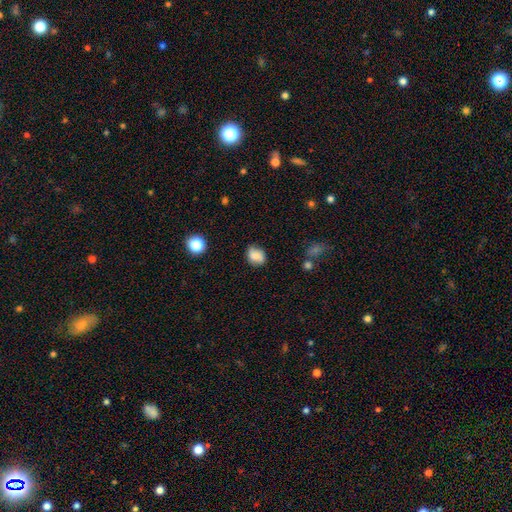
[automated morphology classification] Overall: smooth (75%). How rounded: in between (50%; round 49%). Merging: none (71%).